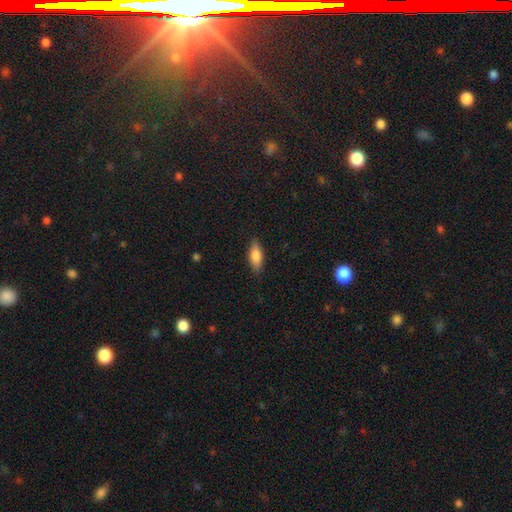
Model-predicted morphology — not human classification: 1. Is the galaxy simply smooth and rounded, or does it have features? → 78% smooth, 15% featured or disk, 6% star or artifact.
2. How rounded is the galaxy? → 71% in between, 26% cigar-shaped, 2% round.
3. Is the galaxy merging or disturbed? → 86% none, 11% minor disturbance, 2% major disturbance, 1% merger.